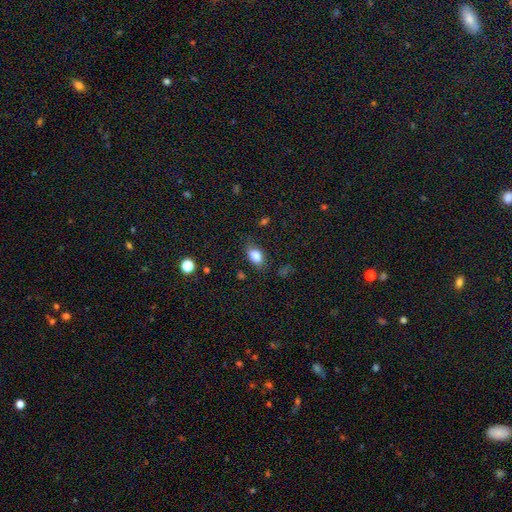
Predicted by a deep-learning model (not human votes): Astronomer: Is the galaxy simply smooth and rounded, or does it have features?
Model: smooth — 82%.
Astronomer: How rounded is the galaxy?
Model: in between — 86%.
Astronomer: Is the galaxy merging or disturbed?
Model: none — 73%.